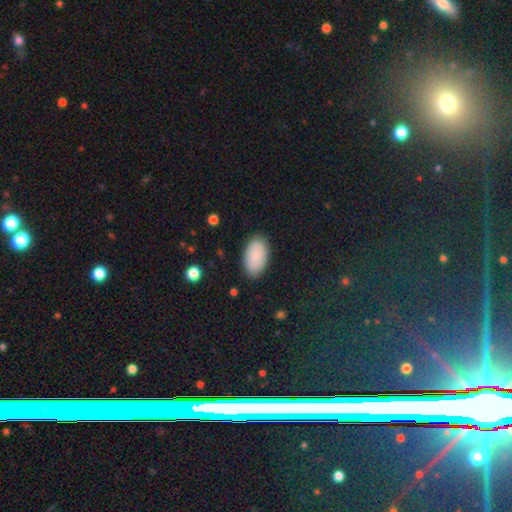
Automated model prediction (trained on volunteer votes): This appears to be a smooth galaxy with no disk features (87%) that is in between round and cigar-shaped (95%). Merging: none (86%).